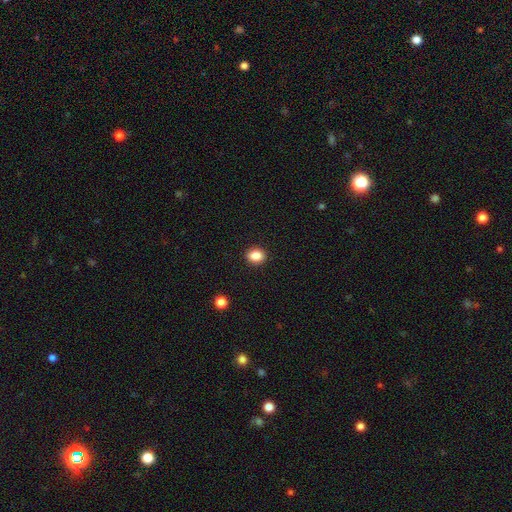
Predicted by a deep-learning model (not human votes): Smooth or featured? Predicted: smooth (p=0.86). How rounded? Predicted: round (p=0.58). Merging? Predicted: none (p=0.92).